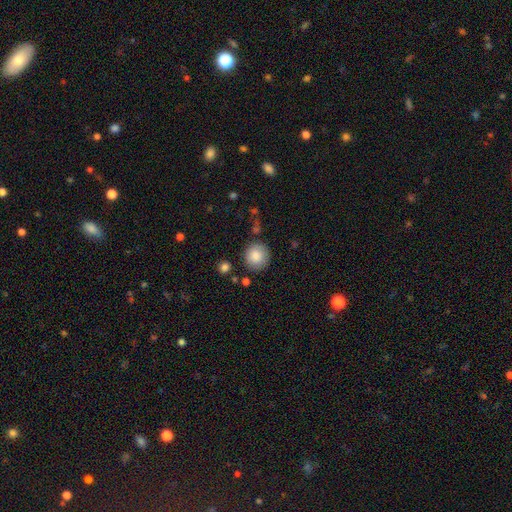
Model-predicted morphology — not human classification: A smooth galaxy with no disk features (87%) that is round (92%). Merging: none (84%).